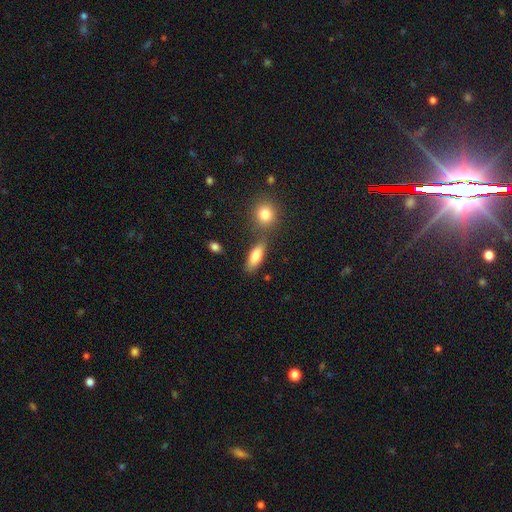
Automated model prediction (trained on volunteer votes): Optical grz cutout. It shows a smooth galaxy with no disk features (80%) that is in between round and cigar-shaped (71%). Merging: none (68%).